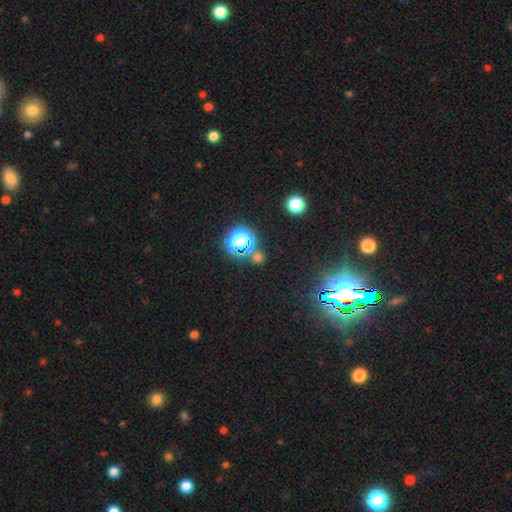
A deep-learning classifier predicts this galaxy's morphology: Smooth or featured? star or artifact (67%)